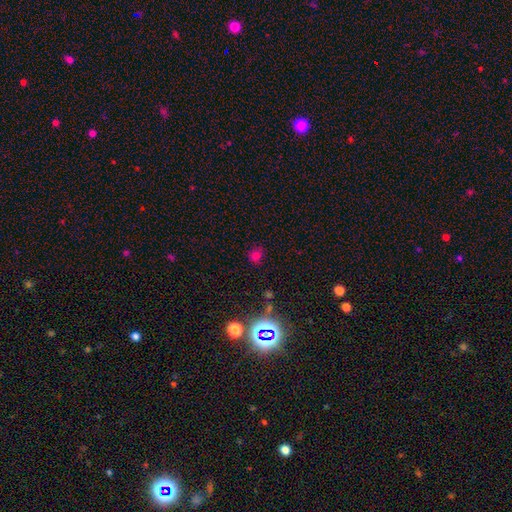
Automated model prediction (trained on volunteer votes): smooth_or_featured: smooth (p=0.66) [alt: star or artifact p=0.28]
how_rounded: round (p=0.79) [alt: in between p=0.19]
merging: none (p=0.79) [alt: minor disturbance p=0.13]